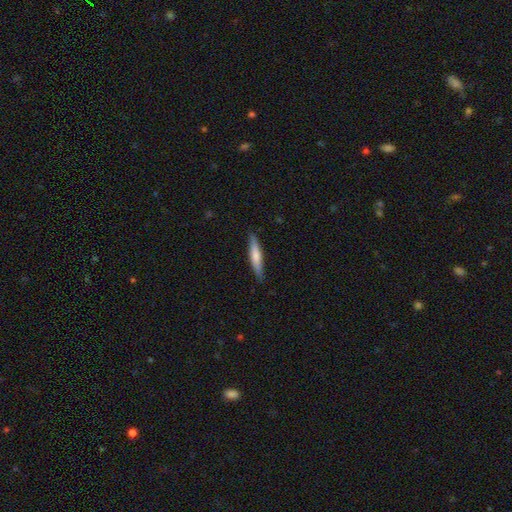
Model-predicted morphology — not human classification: A smooth galaxy with no disk features (64%) that is cigar-shaped (89%). Merging: none (87%).